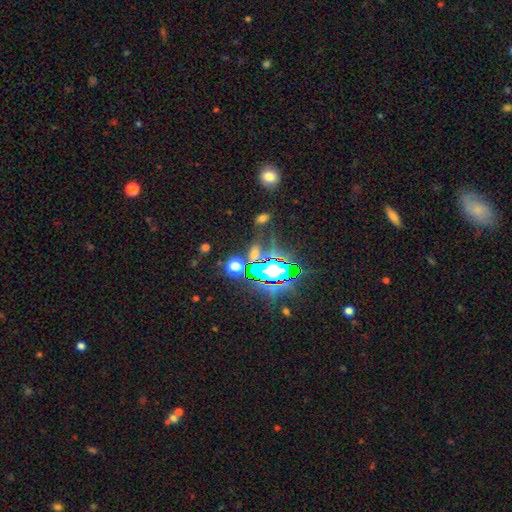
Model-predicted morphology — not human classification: type=star or artifact (69%).